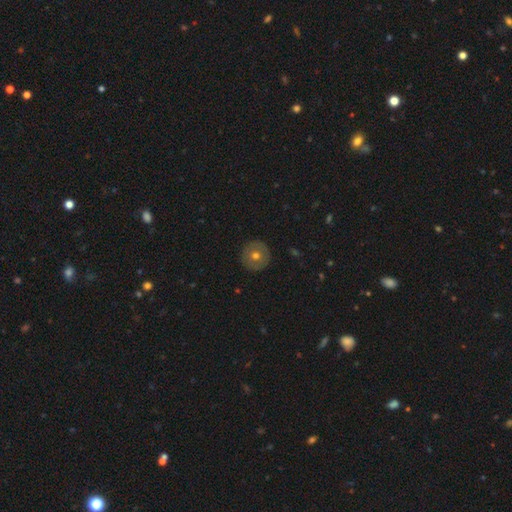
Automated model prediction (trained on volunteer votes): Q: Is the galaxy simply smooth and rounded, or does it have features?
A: smooth — 58%.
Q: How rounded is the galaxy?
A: round — 96%.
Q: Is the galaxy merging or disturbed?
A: none — 90%.